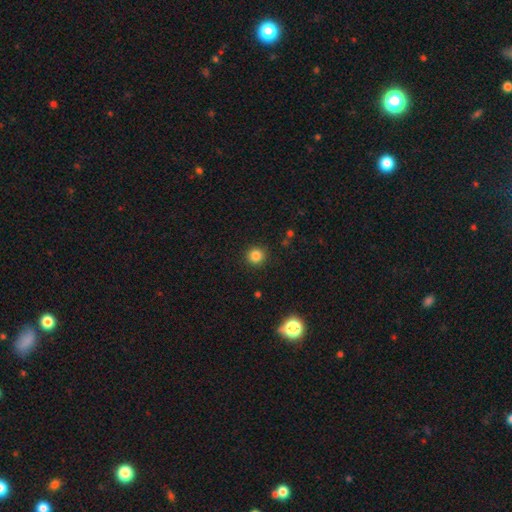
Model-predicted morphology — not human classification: smooth-or-featured: smooth: 84% | star or artifact: 12% | featured or disk: 4%
  how-rounded: round: 94% | in between: 5% | cigar-shaped: 1%
  merging: none: 91% | minor disturbance: 6% | major disturbance: 2% | merger: 1%